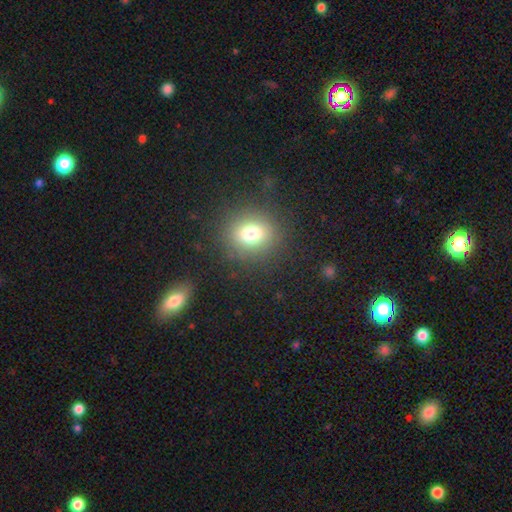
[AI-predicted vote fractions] This appears to be a smooth galaxy with no disk features (72%) that is round (71%). Merging: none (89%).